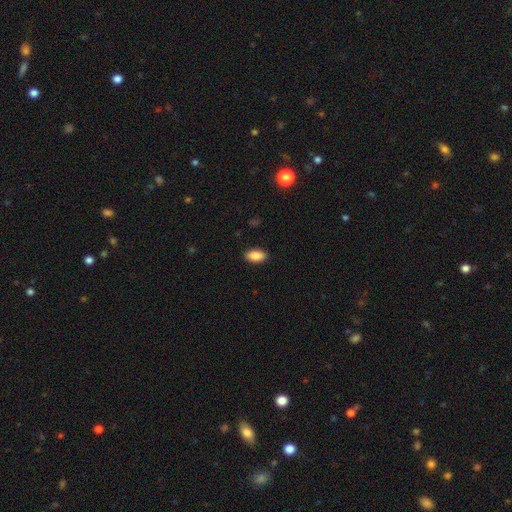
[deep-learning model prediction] A smooth galaxy with no disk features (88%) that is in between round and cigar-shaped (92%). Merging: none (89%).